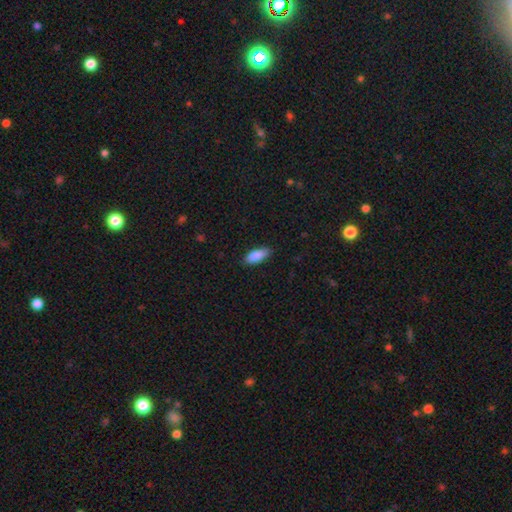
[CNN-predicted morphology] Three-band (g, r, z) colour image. It shows a smooth galaxy with no disk features (89%) that is in between round and cigar-shaped (81%). Merging: none (81%).